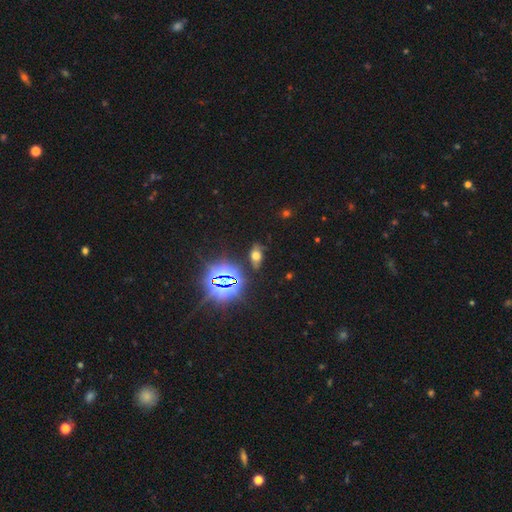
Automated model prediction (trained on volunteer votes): Smooth or featured?
  - smooth: 47% *
  - star or artifact: 38%
  - featured or disk: 15%
Merging?
  - none: 78% *
  - minor disturbance: 14%
  - major disturbance: 5%
  - merger: 3%